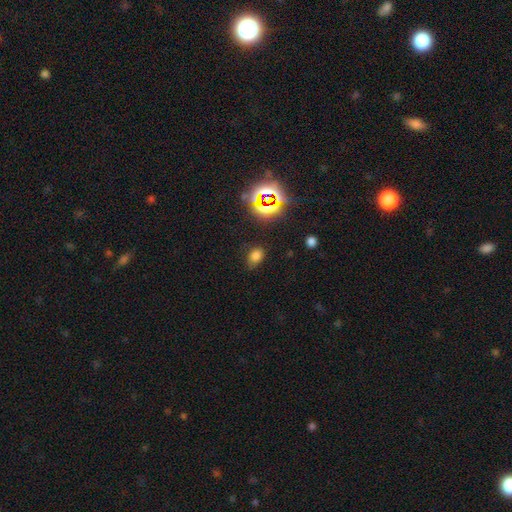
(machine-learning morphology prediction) Smooth or featured? Predicted: smooth (p=0.67). How rounded? Predicted: in between (p=0.72). Merging? Predicted: none (p=0.72).